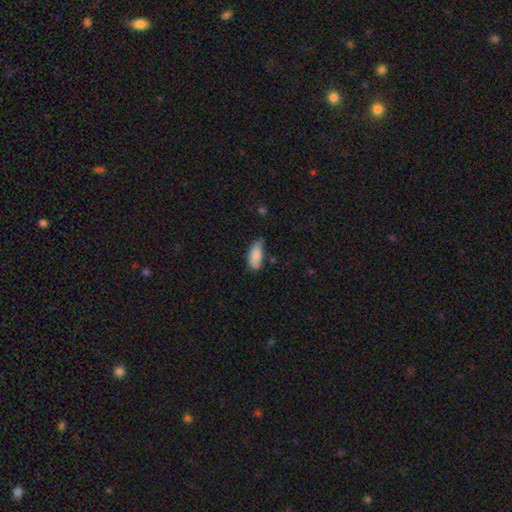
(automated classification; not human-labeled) The model was most divided on "merging": none: 46%, minor disturbance: 40%, major disturbance: 9%, merger: 4%. More confident: how rounded — in between (85%); smooth or featured — smooth (84%).